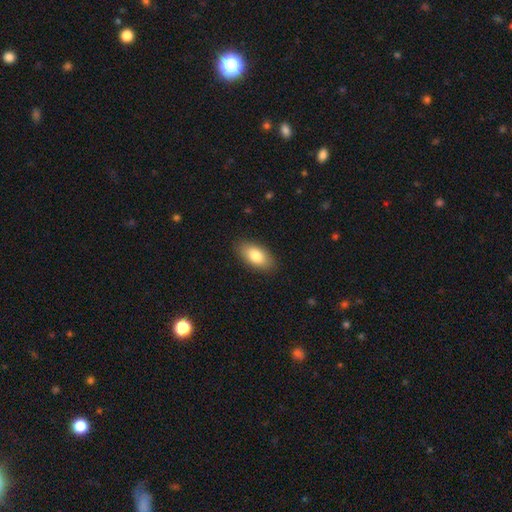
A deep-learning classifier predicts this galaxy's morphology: smooth-or-featured: smooth: 81% | featured or disk: 12% | star or artifact: 7%
  how-rounded: in between: 92% | cigar-shaped: 5% | round: 3%
  merging: none: 88% | minor disturbance: 9% | major disturbance: 2% | merger: 1%